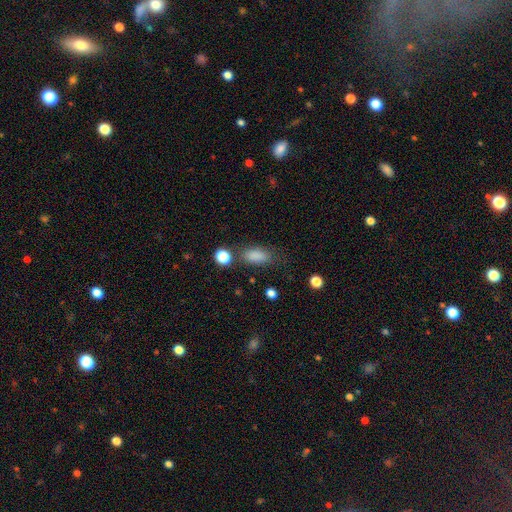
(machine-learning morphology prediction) Q: Smooth or featured?
A: smooth (85%); runner-up: star or artifact (10%)
Q: How rounded?
A: in between (84%); runner-up: cigar-shaped (9%)
Q: Merging?
A: none (71%); runner-up: minor disturbance (17%)